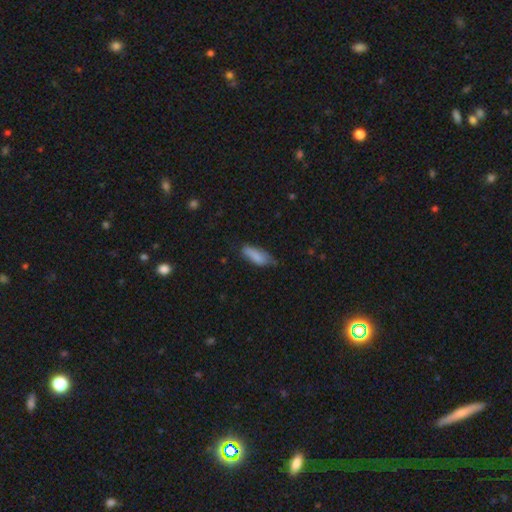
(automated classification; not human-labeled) A smooth galaxy with no disk features (84%) that is in between round and cigar-shaped (69%).

Vote fractions:
- Smooth or featured? smooth: 84% / featured or disk: 9% / star or artifact: 7%
- How rounded? in between: 69% / cigar-shaped: 30% / round: 2%
- Merging? none: 59% / minor disturbance: 32% / major disturbance: 6% / merger: 2%